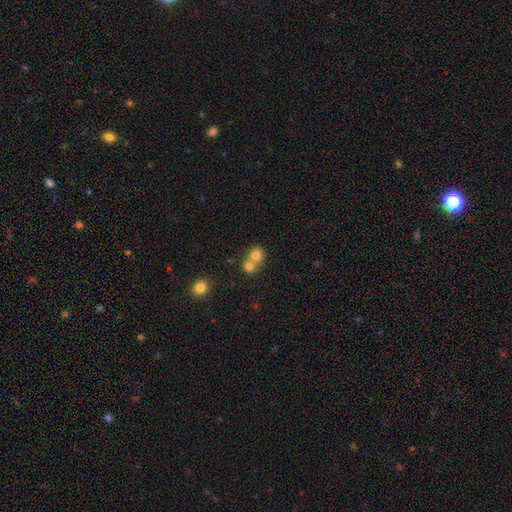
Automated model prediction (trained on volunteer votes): Morphology: type=smooth (76%); roundness=round (76%); merging=merger (62%).